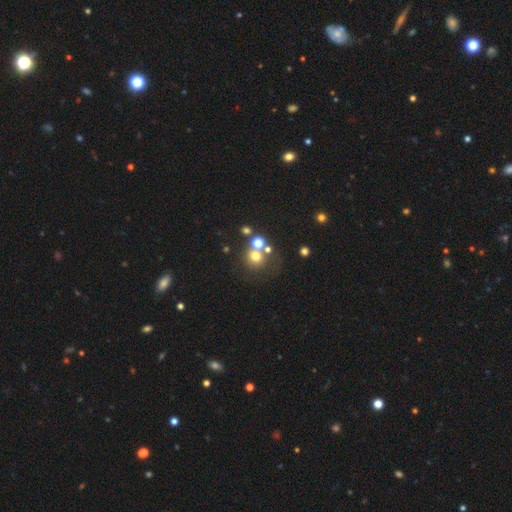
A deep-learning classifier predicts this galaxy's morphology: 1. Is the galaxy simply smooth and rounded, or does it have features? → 66% smooth, 20% star or artifact, 14% featured or disk.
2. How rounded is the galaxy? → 88% round, 11% in between, 1% cigar-shaped.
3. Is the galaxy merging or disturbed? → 57% none, 27% merger, 10% minor disturbance, 7% major disturbance.